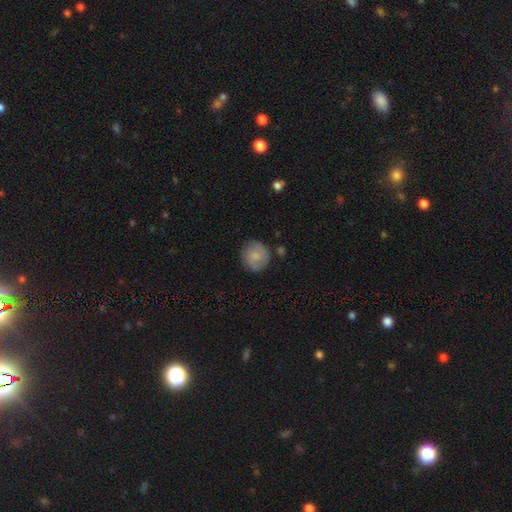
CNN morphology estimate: Overall: smooth (77%). How rounded: round (92%). Merging: none (81%).